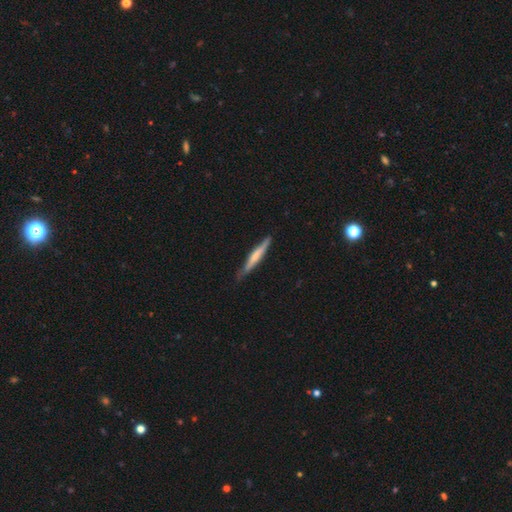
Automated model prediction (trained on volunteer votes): smooth_or_featured: smooth (p=0.48) [alt: featured or disk p=0.47]
merging: none (p=0.80) [alt: minor disturbance p=0.16]